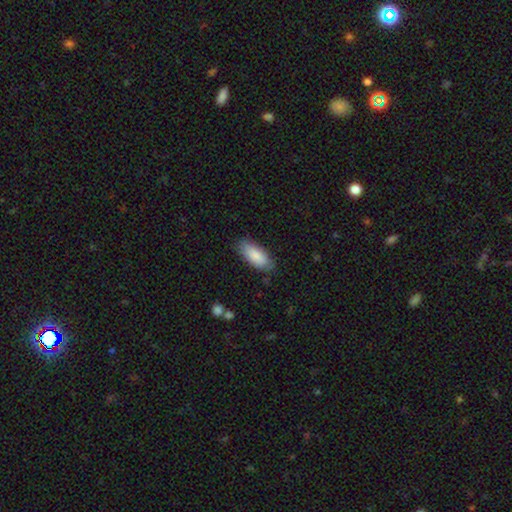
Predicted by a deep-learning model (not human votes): smooth-or-featured: smooth: 85% | featured or disk: 9% | star or artifact: 6%
  how-rounded: in between: 83% | cigar-shaped: 16% | round: 2%
  merging: none: 80% | minor disturbance: 15% | major disturbance: 3% | merger: 1%